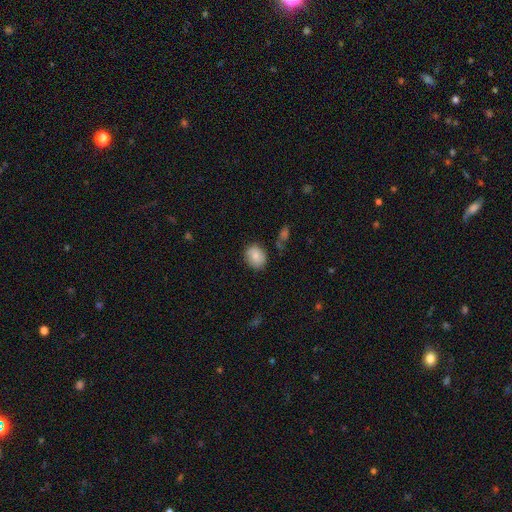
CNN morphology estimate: A smooth galaxy with no disk features (84%) that is round (55%). Merging: none (81%).